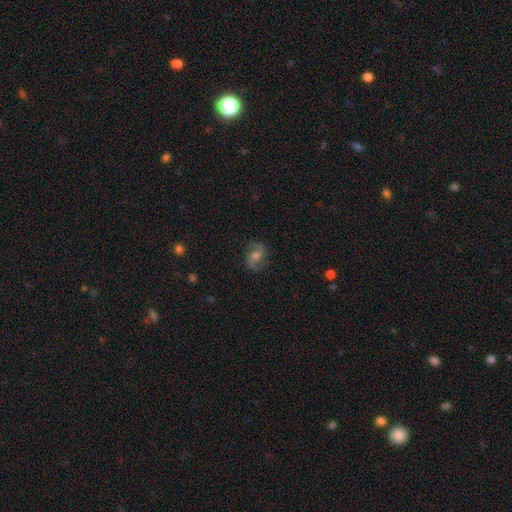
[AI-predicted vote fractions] featured or disk 77%, smooth 14%, star or artifact 9%. Down the decision tree: edge-on disk — no (97%); bar — no (44%); spiral arms — yes (94%); spiral arm count — 2 (91%); spiral winding — medium (46%); bulge size — moderate (66%); merging — none (83%).